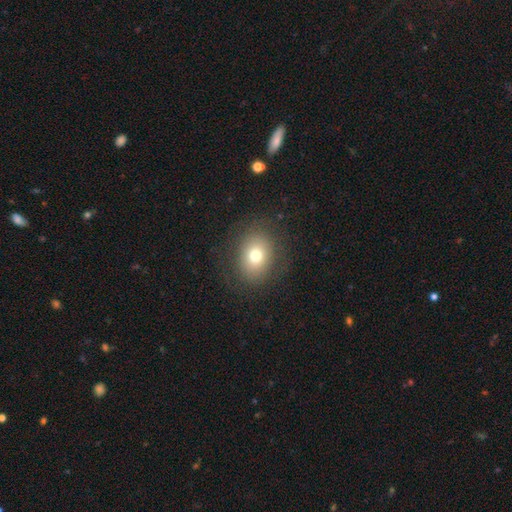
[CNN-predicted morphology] smooth 73%, featured or disk 14%, star or artifact 13%. Down the decision tree: how rounded — round (53%); merging — none (83%).